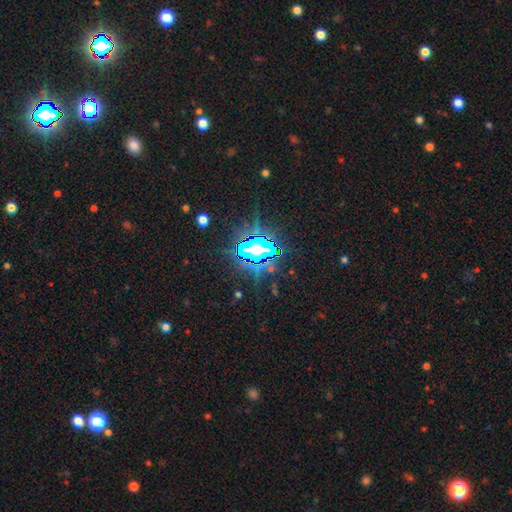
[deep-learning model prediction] Smooth or featured?
  - star or artifact: 83% *
  - smooth: 11%
  - featured or disk: 7%